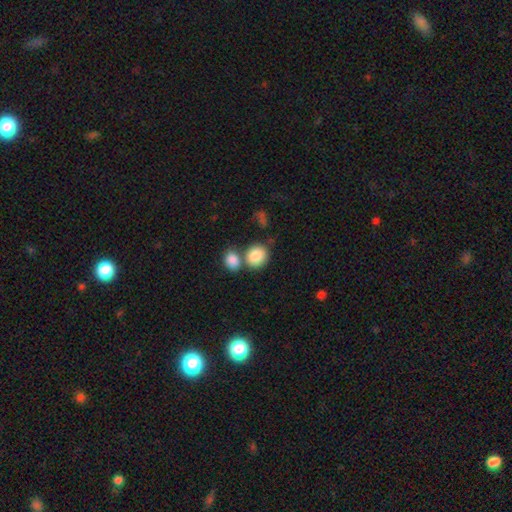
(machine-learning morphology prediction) This is clearly a smooth galaxy (86%). How rounded: likely round (68%). Merging: possibly none (51%).